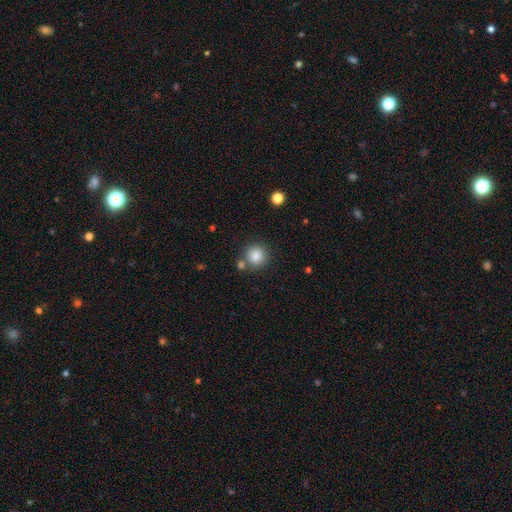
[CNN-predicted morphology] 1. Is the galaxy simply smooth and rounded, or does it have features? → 84% smooth, 10% star or artifact, 6% featured or disk.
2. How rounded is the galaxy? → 93% round, 6% in between, 1% cigar-shaped.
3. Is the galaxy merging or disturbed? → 78% none, 11% merger, 8% minor disturbance, 3% major disturbance.